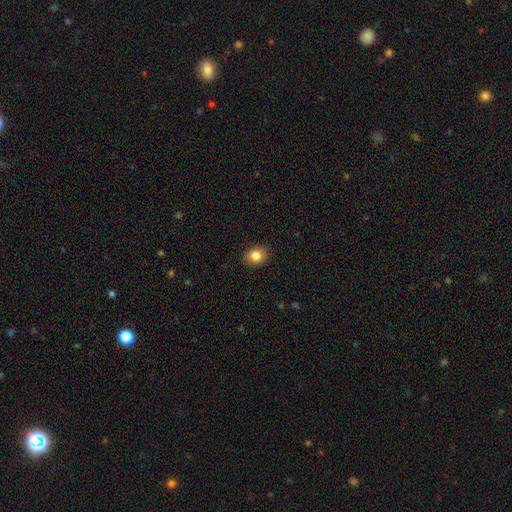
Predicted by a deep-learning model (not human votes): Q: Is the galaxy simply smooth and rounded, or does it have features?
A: smooth — 84%.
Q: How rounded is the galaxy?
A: round — 59%.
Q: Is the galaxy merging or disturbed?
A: none — 88%.